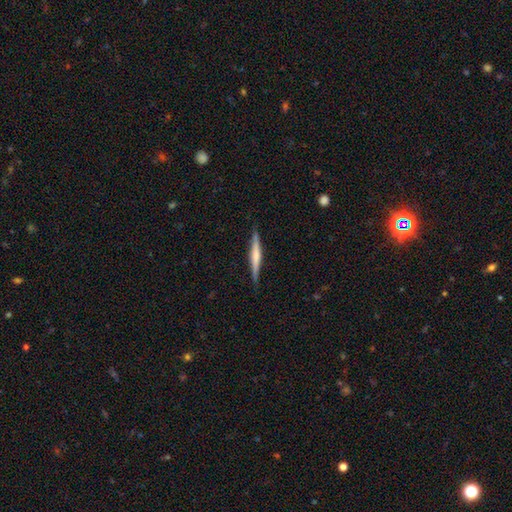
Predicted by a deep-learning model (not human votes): Morphology: type=featured or disk (59%); edge-on=yes (97%); edge-on bulge=rounded (44%); merging=none (88%).